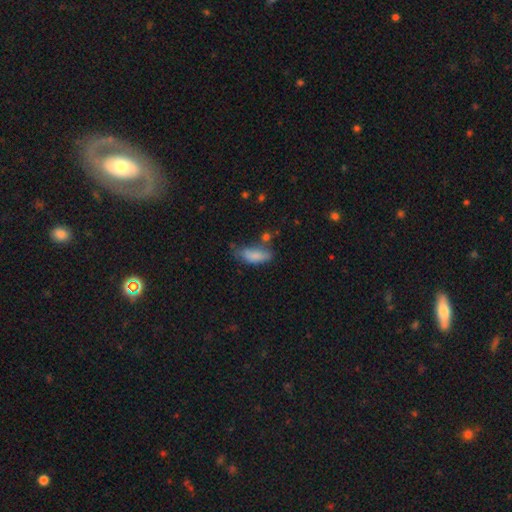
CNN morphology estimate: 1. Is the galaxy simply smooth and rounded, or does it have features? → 80% smooth, 12% featured or disk, 8% star or artifact.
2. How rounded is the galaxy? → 73% in between, 25% cigar-shaped, 2% round.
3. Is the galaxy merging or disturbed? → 43% none, 33% minor disturbance, 15% major disturbance, 9% merger.